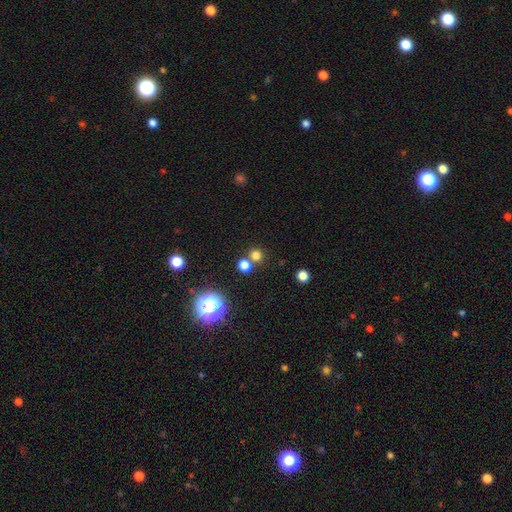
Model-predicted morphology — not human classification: Q: Smooth or featured?
A: smooth (72%); runner-up: star or artifact (22%)
Q: How rounded?
A: round (89%); runner-up: in between (10%)
Q: Merging?
A: none (67%); runner-up: merger (24%)